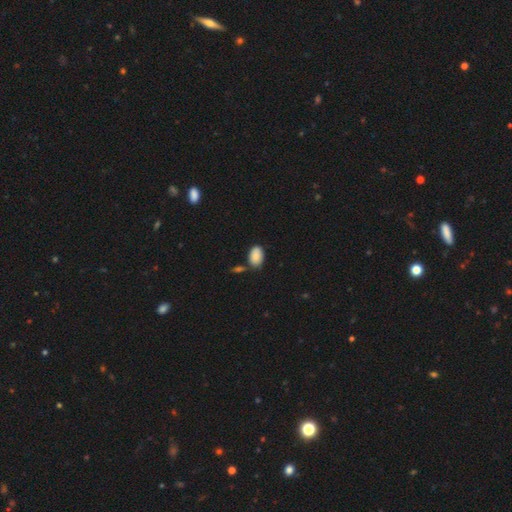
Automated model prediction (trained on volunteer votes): Q: Smooth or featured?
A: smooth (87%); runner-up: star or artifact (7%)
Q: How rounded?
A: in between (90%); runner-up: round (8%)
Q: Merging?
A: none (70%); runner-up: minor disturbance (16%)